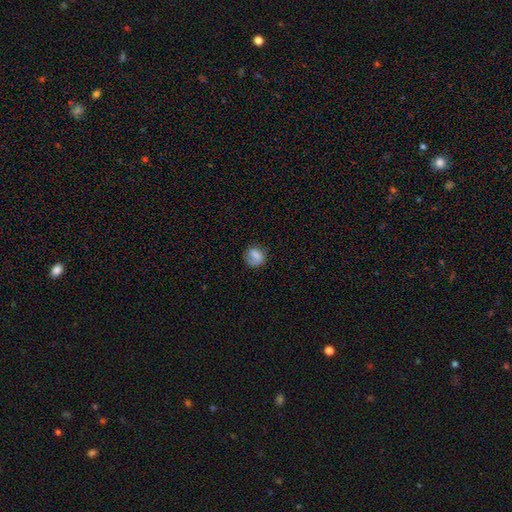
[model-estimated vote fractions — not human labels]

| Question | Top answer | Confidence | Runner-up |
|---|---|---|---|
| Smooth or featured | smooth | 78% | featured or disk (13%) |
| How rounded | round | 72% | in between (27%) |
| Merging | none | 67% | minor disturbance (21%) |